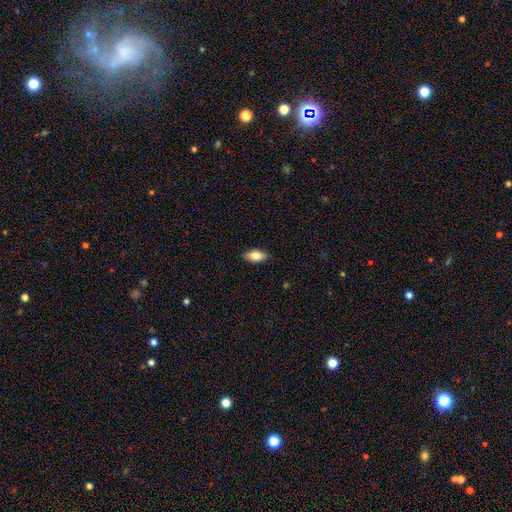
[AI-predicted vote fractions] Overall: smooth (80%). How rounded: in between (88%). Merging: none (87%).